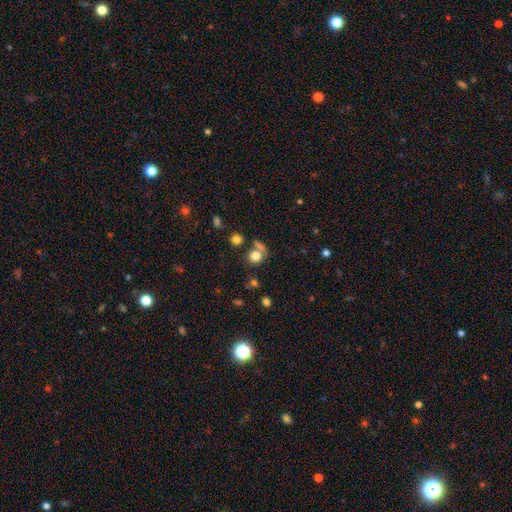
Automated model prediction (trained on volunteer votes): smooth-or-featured: smooth: 78% | star or artifact: 13% | featured or disk: 9%
  how-rounded: round: 81% | in between: 18% | cigar-shaped: 1%
  merging: none: 56% | merger: 26% | minor disturbance: 11% | major disturbance: 6%